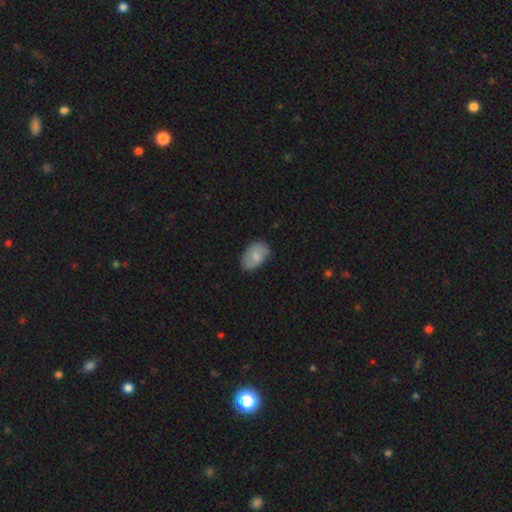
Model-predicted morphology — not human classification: This appears to be a smooth galaxy with no disk features (75%) that is in between round and cigar-shaped (91%). Merging: none (75%).